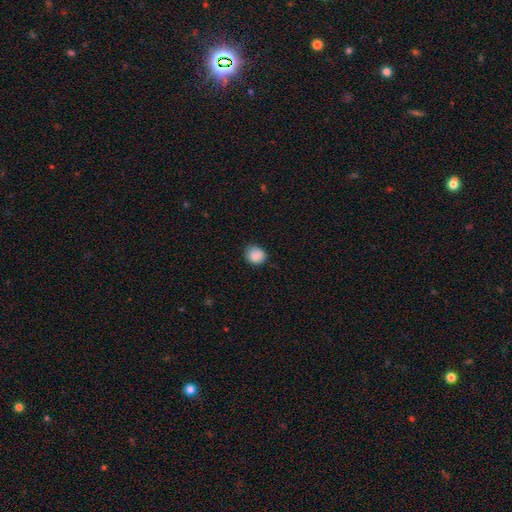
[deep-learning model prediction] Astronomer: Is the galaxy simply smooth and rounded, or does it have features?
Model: smooth — 84%.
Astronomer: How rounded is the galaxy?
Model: round — 74%.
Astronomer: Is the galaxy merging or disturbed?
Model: none — 74%.